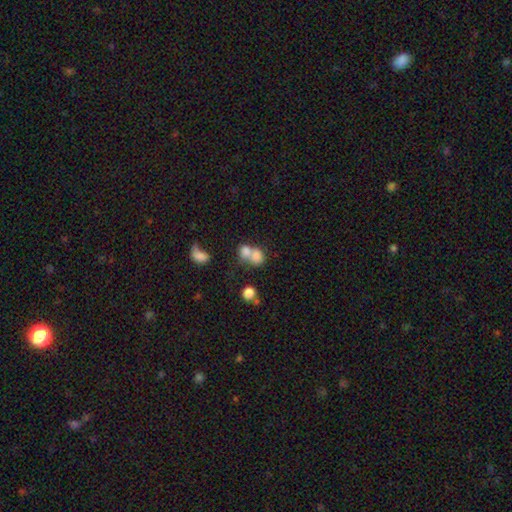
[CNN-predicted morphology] Smooth or featured?
  - smooth: 75% *
  - featured or disk: 14%
  - star or artifact: 11%
How rounded?
  - round: 55% *
  - in between: 43%
  - cigar-shaped: 1%
Merging?
  - merger: 66% *
  - none: 22%
  - minor disturbance: 7%
  - major disturbance: 5%